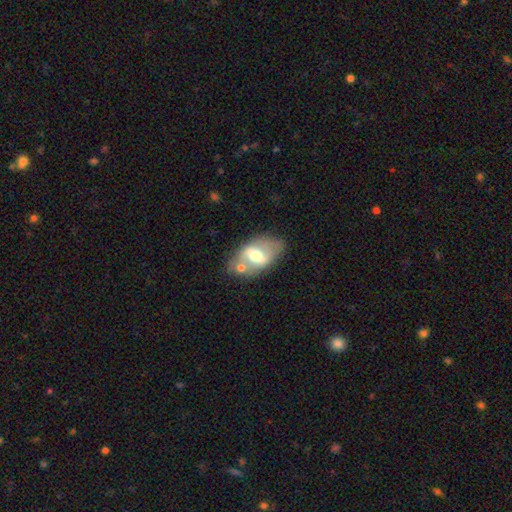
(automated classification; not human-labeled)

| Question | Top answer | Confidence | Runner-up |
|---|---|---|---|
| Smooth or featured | featured or disk | 62% | smooth (32%) |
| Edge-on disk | no | 90% | yes (10%) |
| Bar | strong | 44% | weak (39%) |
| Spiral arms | no | 58% | yes (42%) |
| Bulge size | moderate | 68% | large (15%) |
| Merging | none | 59% | minor disturbance (18%) |